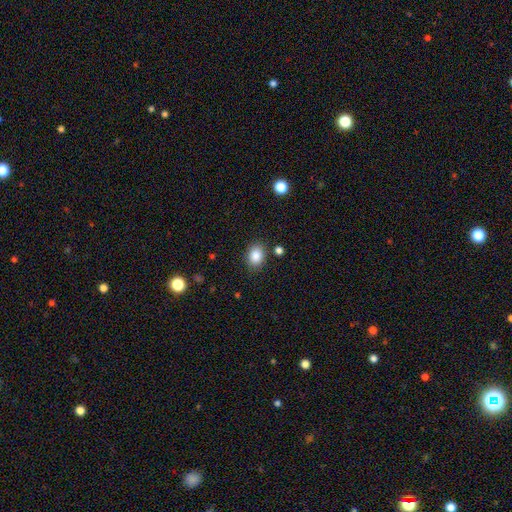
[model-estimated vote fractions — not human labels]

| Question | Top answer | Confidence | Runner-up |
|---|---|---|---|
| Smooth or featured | smooth | 86% | star or artifact (9%) |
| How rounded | in between | 64% | round (35%) |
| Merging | none | 83% | minor disturbance (11%) |